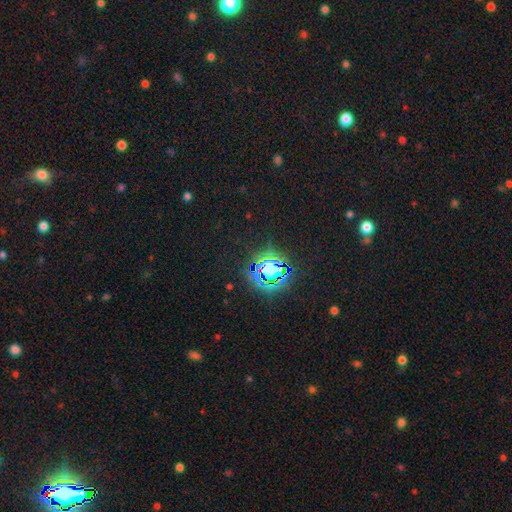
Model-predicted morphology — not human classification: Q: Smooth or featured?
A: star or artifact (81%); runner-up: smooth (12%)